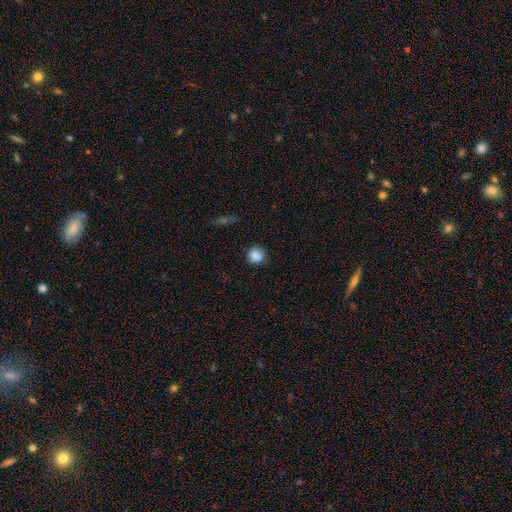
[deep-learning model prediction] A smooth galaxy with no disk features (86%) that is round (88%).

Vote fractions:
- Smooth or featured? smooth: 86% / star or artifact: 10% / featured or disk: 4%
- How rounded? round: 88% / in between: 11% / cigar-shaped: 1%
- Merging? none: 83% / minor disturbance: 12% / major disturbance: 3% / merger: 1%